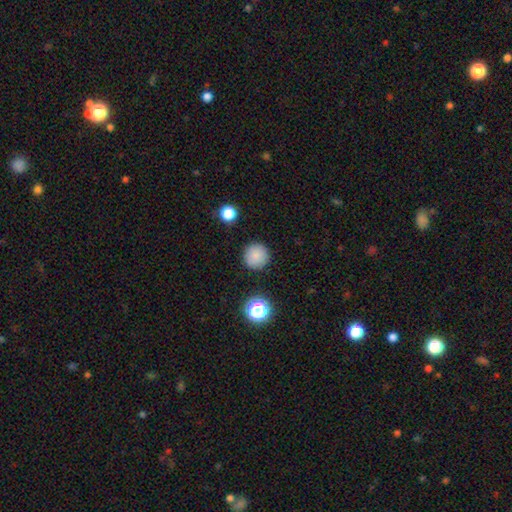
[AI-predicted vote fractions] This is clearly a smooth galaxy (83%). How rounded: clearly round (96%). Merging: clearly none (90%).